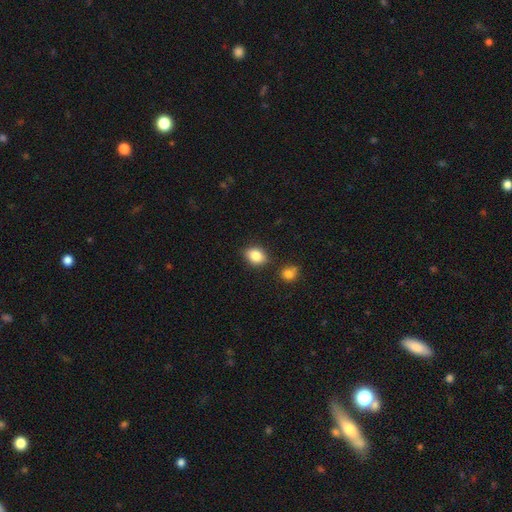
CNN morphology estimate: Overall: smooth (85%). How rounded: in between (68%; round 31%). Merging: none (78%).